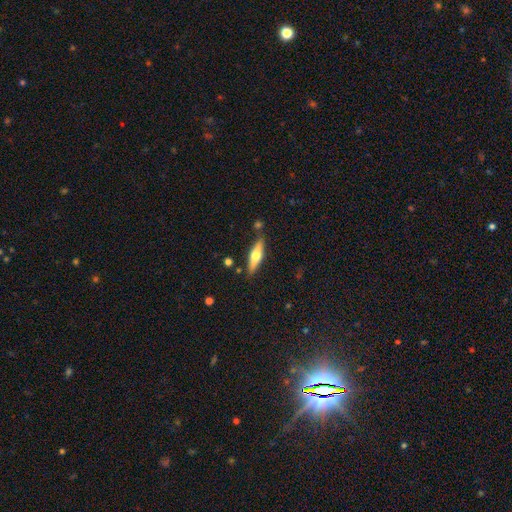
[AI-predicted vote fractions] Smooth or featured? Predicted: featured or disk (p=0.52). Edge-on disk? Predicted: yes (p=0.92). Merging? Predicted: none (p=0.82).